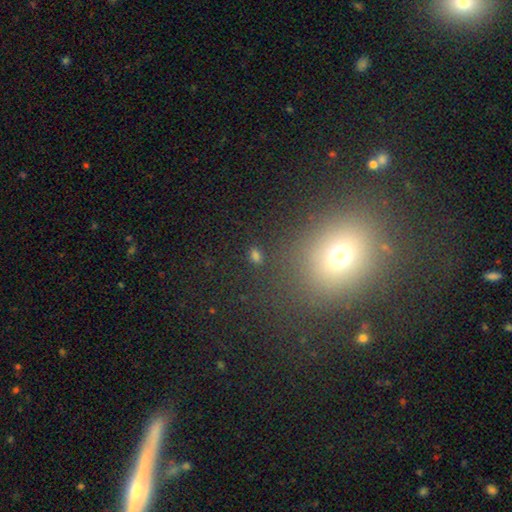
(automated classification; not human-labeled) smooth_or_featured: smooth (p=0.68) [alt: star or artifact p=0.25]
how_rounded: in between (p=0.73) [alt: round p=0.24]
merging: none (p=0.81) [alt: minor disturbance p=0.10]